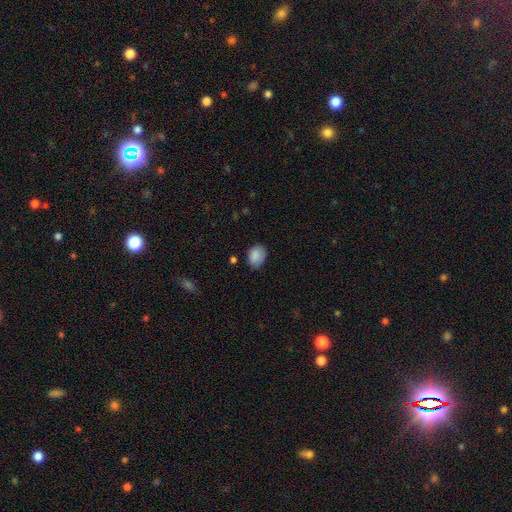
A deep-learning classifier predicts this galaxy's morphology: The model was most divided on "how rounded": in between: 64%, round: 35%, cigar-shaped: 1%. More confident: smooth or featured — smooth (87%); merging — none (72%).